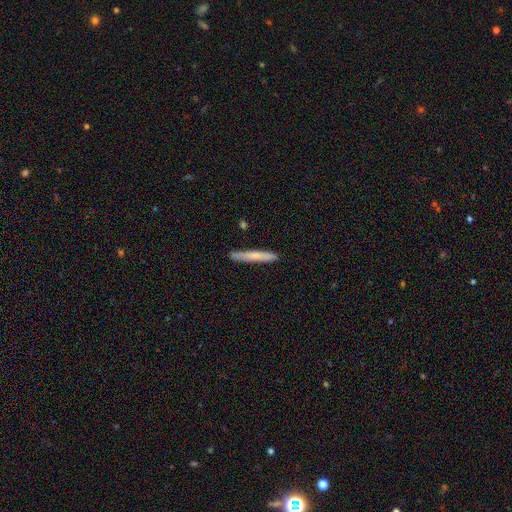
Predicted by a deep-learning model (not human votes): smooth-or-featured: smooth: 65% | featured or disk: 30% | star or artifact: 6%
  how-rounded: cigar-shaped: 96% | in between: 3% | round: 1%
  merging: none: 88% | minor disturbance: 9% | major disturbance: 2% | merger: 2%